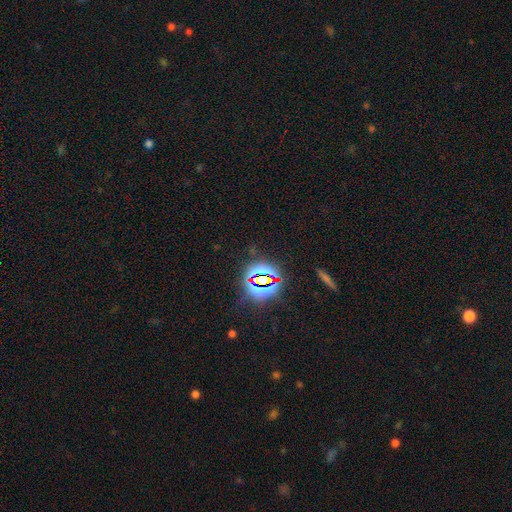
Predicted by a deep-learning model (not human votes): Smooth or featured: star or artifact — 78% (smooth — 13%)